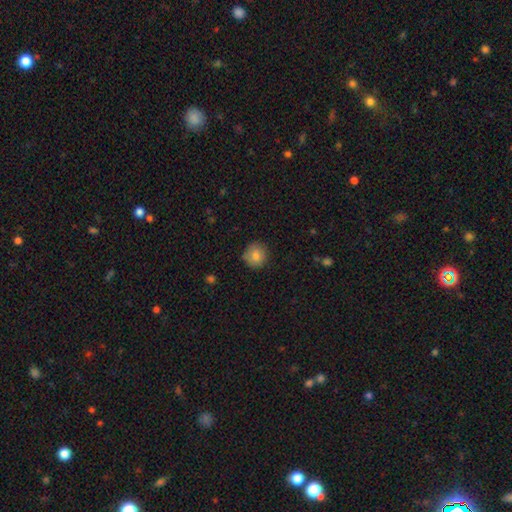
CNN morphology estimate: Smooth or featured? smooth (81%)
How rounded? round (91%)
Merging? none (81%)